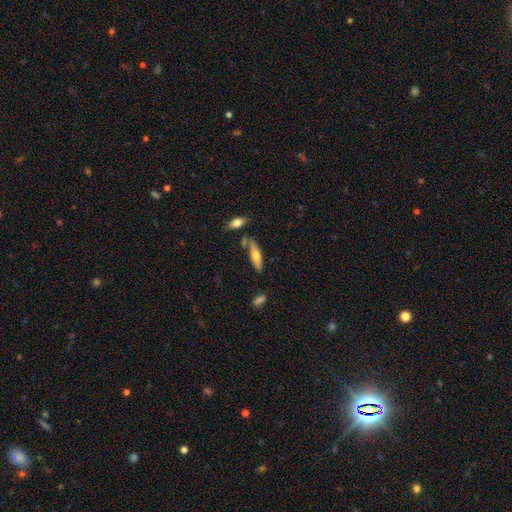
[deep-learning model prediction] Smooth or featured: smooth — 56% (featured or disk — 38%)
How rounded: cigar-shaped — 60% (in between — 38%)
Merging: none — 66% (minor disturbance — 17%)